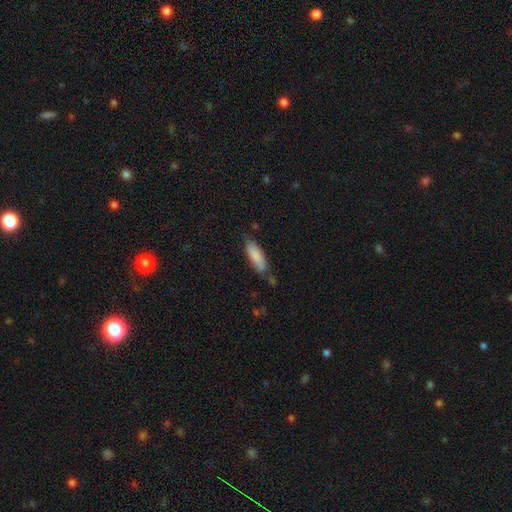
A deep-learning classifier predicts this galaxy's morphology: A smooth galaxy with no disk features (83%) that is in between round and cigar-shaped (57%).

Vote fractions:
- Smooth or featured? smooth: 83% / featured or disk: 11% / star or artifact: 6%
- How rounded? in between: 57% / cigar-shaped: 41% / round: 2%
- Merging? none: 64% / minor disturbance: 25% / major disturbance: 5% / merger: 5%